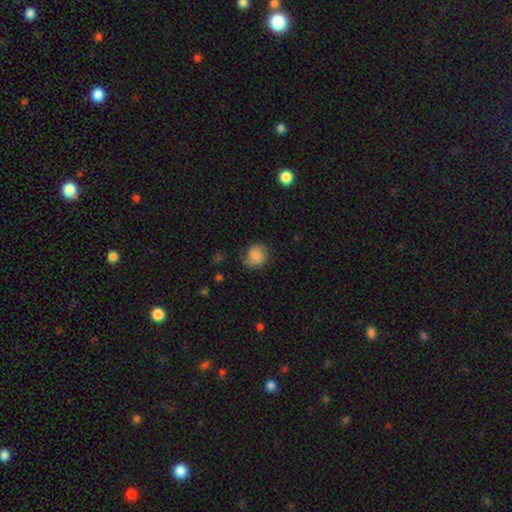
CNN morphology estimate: smooth 74%, featured or disk 17%, star or artifact 8%. Down the decision tree: how rounded — round (79%); merging — none (66%).